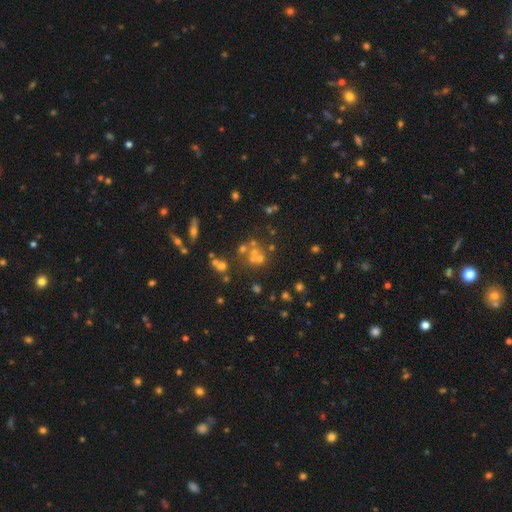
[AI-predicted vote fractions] This is marginally a smooth galaxy (40%). Merging: possibly none (49%).